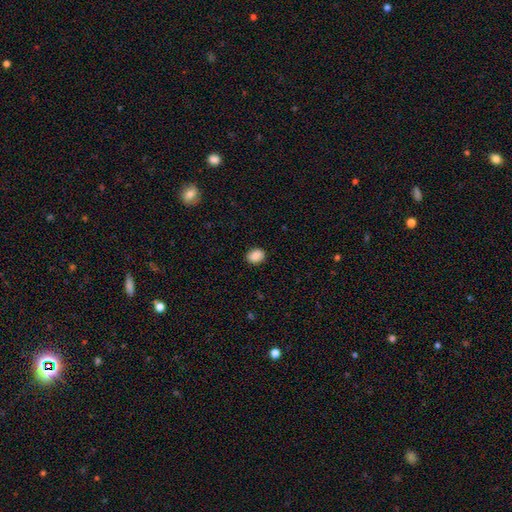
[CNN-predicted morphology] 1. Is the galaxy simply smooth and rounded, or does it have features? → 88% smooth, 8% star or artifact, 4% featured or disk.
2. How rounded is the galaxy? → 54% in between, 45% round, 1% cigar-shaped.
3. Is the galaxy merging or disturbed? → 87% none, 9% minor disturbance, 2% major disturbance, 1% merger.